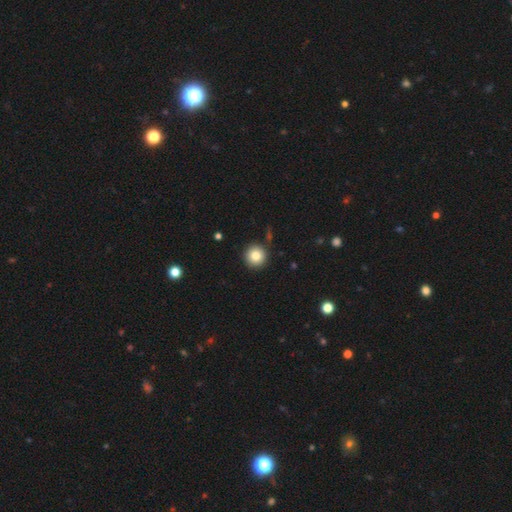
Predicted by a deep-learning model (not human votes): Smooth or featured: smooth — 82% (star or artifact — 10%)
How rounded: round — 96% (in between — 3%)
Merging: none — 90% (minor disturbance — 6%)